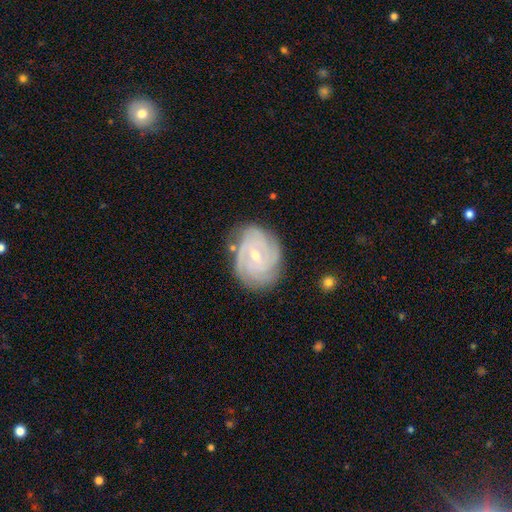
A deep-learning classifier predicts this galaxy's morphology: The model was most divided on "spiral arm count": 3: 27%, 4: 26%, can't tell: 22%, 2: 14%, more than 4: 6%, 1: 5%. Remaining: edge-on disk — no (97%); spiral arms — yes (97%); smooth or featured — featured or disk (86%); merging — none (76%); spiral winding — tight (73%); bulge size — small (62%); bar — weak (46%).